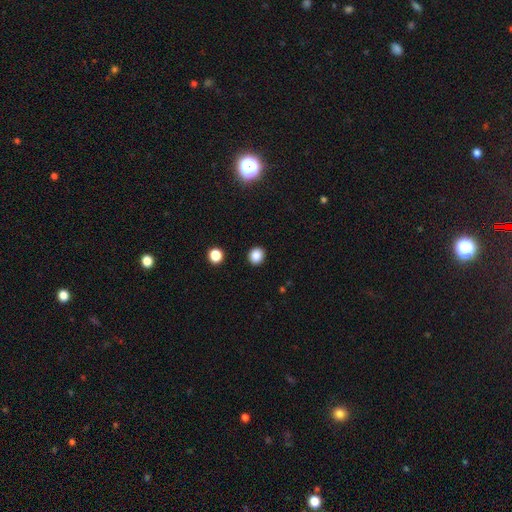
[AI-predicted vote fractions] Overall: smooth (86%). How rounded: round (82%). Merging: none (91%).